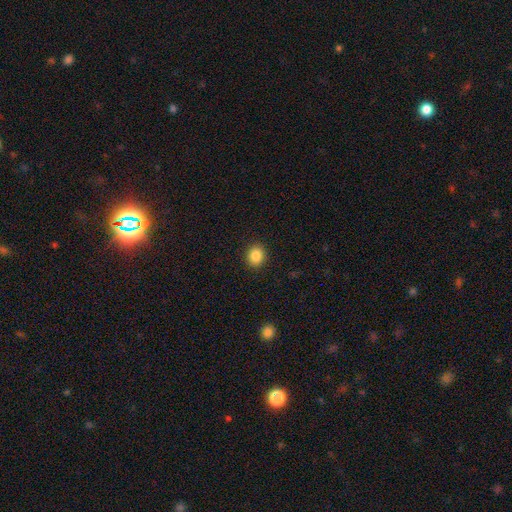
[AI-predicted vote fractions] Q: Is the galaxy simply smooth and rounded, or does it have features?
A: smooth — 86%.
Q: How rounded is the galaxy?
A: round — 66%.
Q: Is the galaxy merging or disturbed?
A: none — 91%.